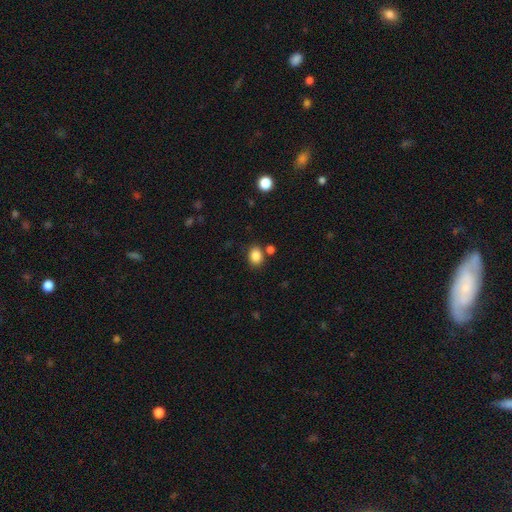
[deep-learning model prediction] A smooth galaxy with no disk features (86%) that is in between round and cigar-shaped (57%). Merging: none (77%).